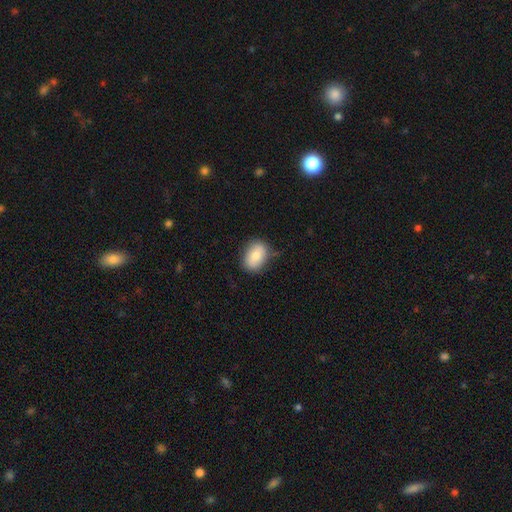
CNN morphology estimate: Overall: smooth (77%). How rounded: in between (78%). Merging: none (77%).